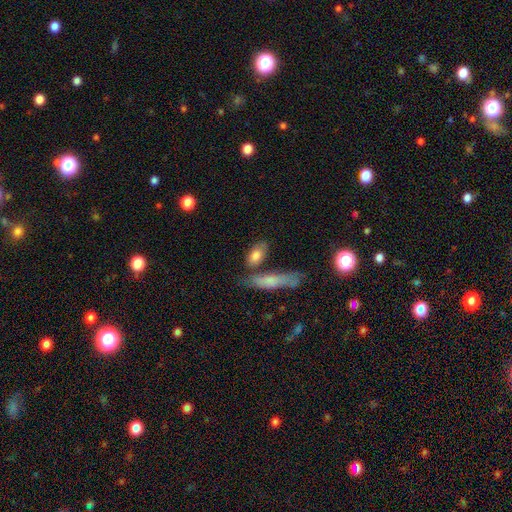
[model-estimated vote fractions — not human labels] The model was most divided on "merging": none: 55%, merger: 22%, minor disturbance: 16%, major disturbance: 6%. More confident: how rounded — in between (80%); smooth or featured — smooth (78%).